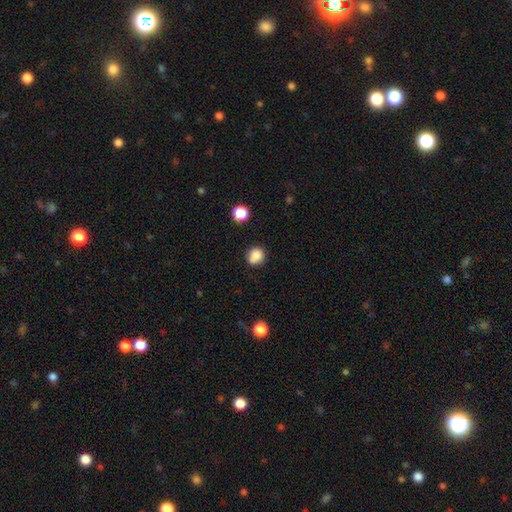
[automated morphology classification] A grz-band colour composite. It shows a smooth galaxy with no disk features (84%) that is round (82%). Merging: none (76%).